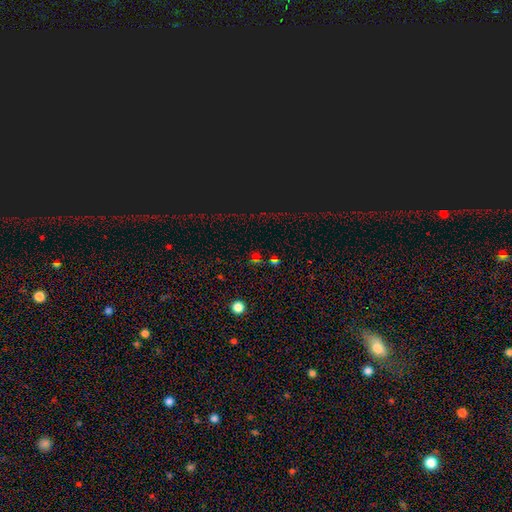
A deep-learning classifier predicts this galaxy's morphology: The model was most divided on "smooth or featured": star or artifact: 54%, smooth: 37%, featured or disk: 9%.